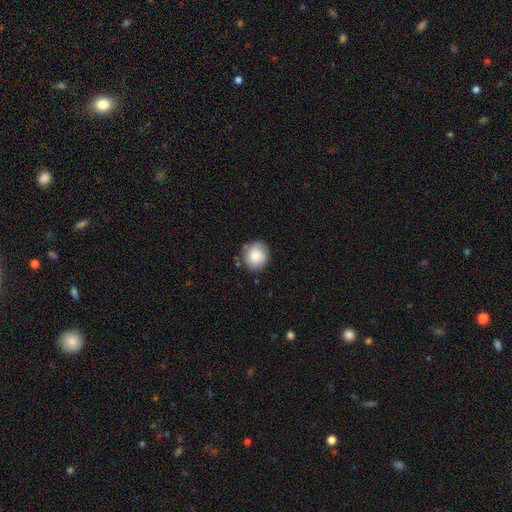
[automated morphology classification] smooth 78%, featured or disk 14%, star or artifact 8%. Down the decision tree: how rounded — round (81%); merging — none (77%).